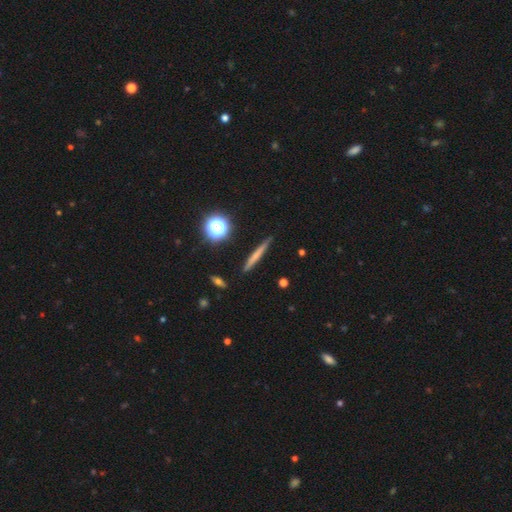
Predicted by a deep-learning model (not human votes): smooth-or-featured: smooth: 54% | featured or disk: 35% | star or artifact: 11%
  how-rounded: cigar-shaped: 91% | round: 5% | in between: 4%
  merging: none: 89% | minor disturbance: 8% | major disturbance: 2% | merger: 2%